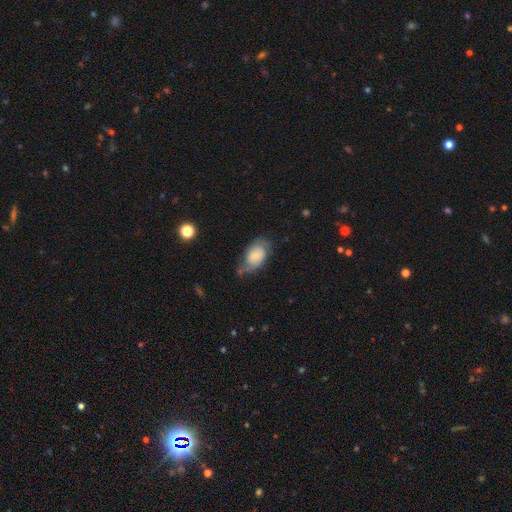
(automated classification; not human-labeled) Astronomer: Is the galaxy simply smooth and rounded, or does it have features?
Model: smooth — 50% (runner-up: featured or disk, 42%).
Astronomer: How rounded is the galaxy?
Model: in between — 88%.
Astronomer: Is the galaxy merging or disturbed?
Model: none — 43% (runner-up: minor disturbance, 34%).